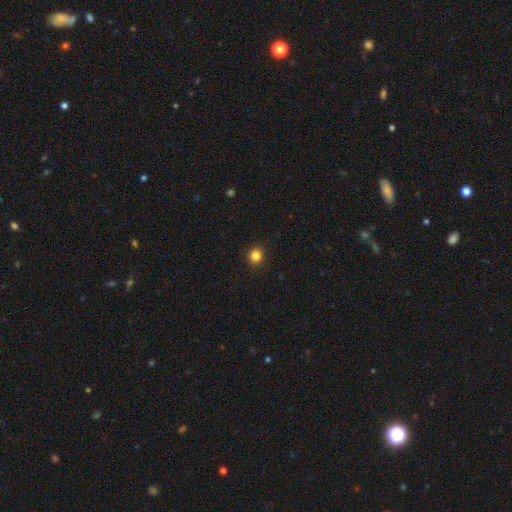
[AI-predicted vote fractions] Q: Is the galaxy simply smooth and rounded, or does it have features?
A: smooth — 84%.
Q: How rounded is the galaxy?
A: round — 92%.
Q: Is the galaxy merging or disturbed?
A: none — 92%.